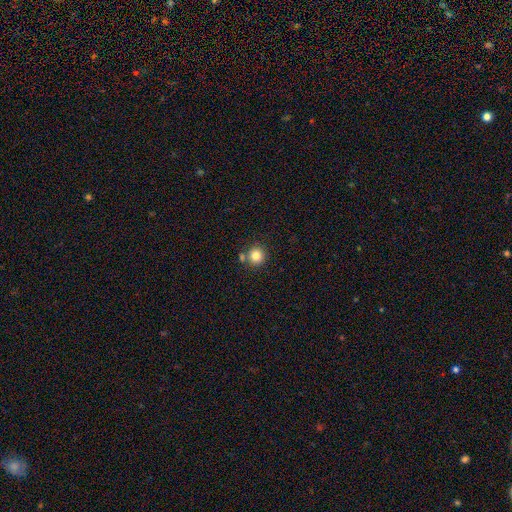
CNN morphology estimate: Smooth or featured? Predicted: smooth (p=0.82). How rounded? Predicted: round (p=0.93). Merging? Predicted: none (p=0.74).